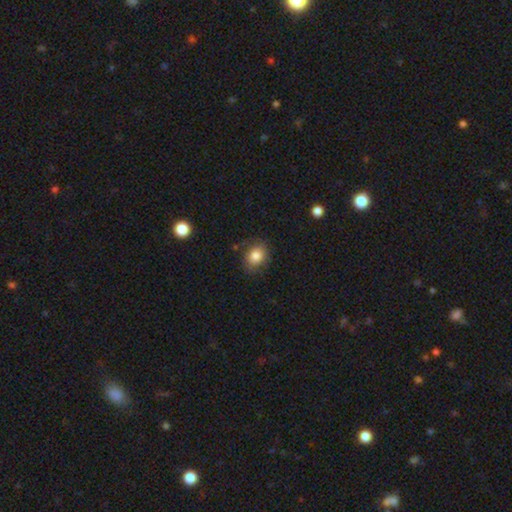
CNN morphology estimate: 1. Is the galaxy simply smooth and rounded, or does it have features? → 82% smooth, 9% star or artifact, 8% featured or disk.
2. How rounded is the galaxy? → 55% in between, 44% round, 1% cigar-shaped.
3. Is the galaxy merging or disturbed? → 79% none, 15% minor disturbance, 4% major disturbance, 2% merger.